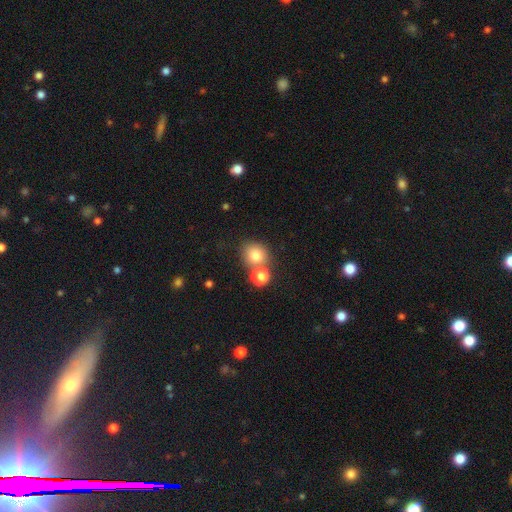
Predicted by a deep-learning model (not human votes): Smooth or featured: smooth — 79% (star or artifact — 12%)
How rounded: round — 80% (in between — 19%)
Merging: none — 58% (merger — 29%)